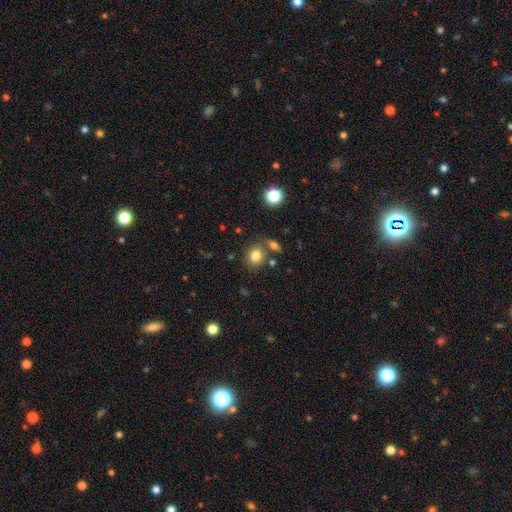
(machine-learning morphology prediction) smooth 80%, star or artifact 12%, featured or disk 8%. Down the decision tree: how rounded — round (69%); merging — none (70%).